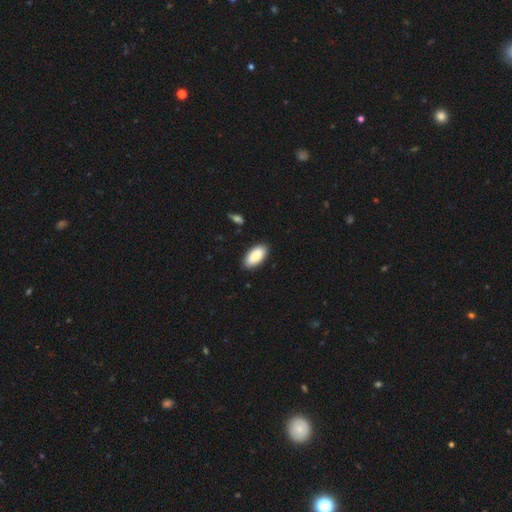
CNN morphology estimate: The model was most divided on "smooth or featured": smooth: 87%, featured or disk: 8%, star or artifact: 6%. More confident: how rounded — in between (94%); merging — none (88%).